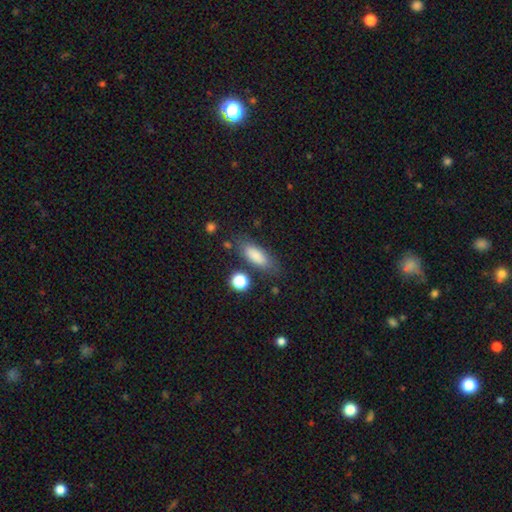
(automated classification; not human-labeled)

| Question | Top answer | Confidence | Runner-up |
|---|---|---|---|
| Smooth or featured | smooth | 84% | star or artifact (8%) |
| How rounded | in between | 72% | cigar-shaped (24%) |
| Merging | none | 75% | minor disturbance (15%) |